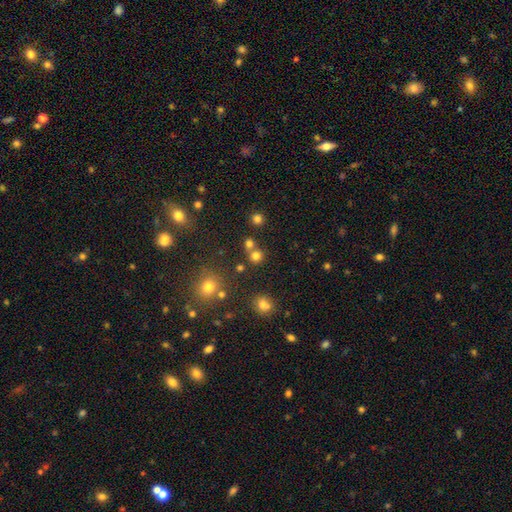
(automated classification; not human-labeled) Smooth or featured?
  - smooth: 73% *
  - star or artifact: 20%
  - featured or disk: 7%
How rounded?
  - round: 90% *
  - in between: 9%
  - cigar-shaped: 1%
Merging?
  - none: 65% *
  - merger: 25%
  - minor disturbance: 7%
  - major disturbance: 3%